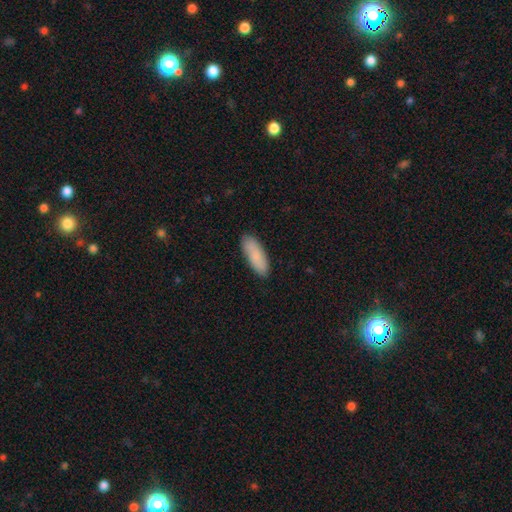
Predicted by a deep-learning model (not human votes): The model was most divided on "how rounded": in between: 65%, cigar-shaped: 33%, round: 2%. More confident: merging — none (85%); smooth or featured — smooth (83%).